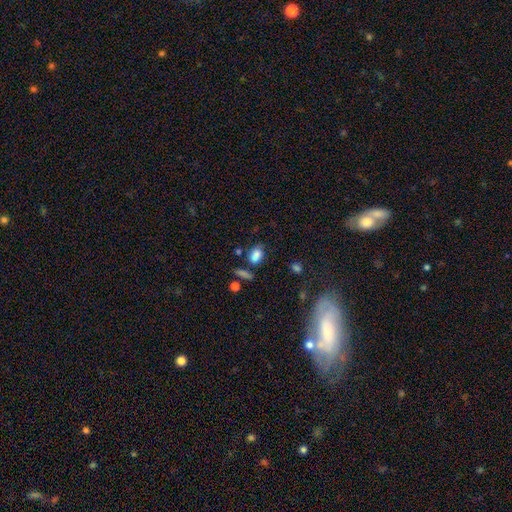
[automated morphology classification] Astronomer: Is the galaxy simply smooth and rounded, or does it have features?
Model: smooth — 82%.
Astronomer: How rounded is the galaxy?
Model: in between — 81%.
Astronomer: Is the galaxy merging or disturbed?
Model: none — 61%.